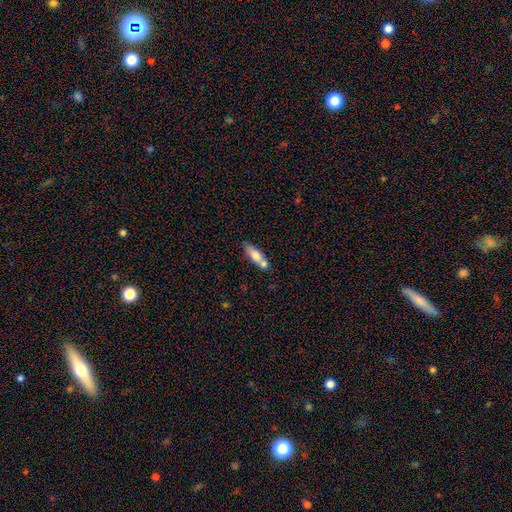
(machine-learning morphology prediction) A smooth galaxy with no disk features (68%) that is in between round and cigar-shaped (56%). Merging: none (45%).